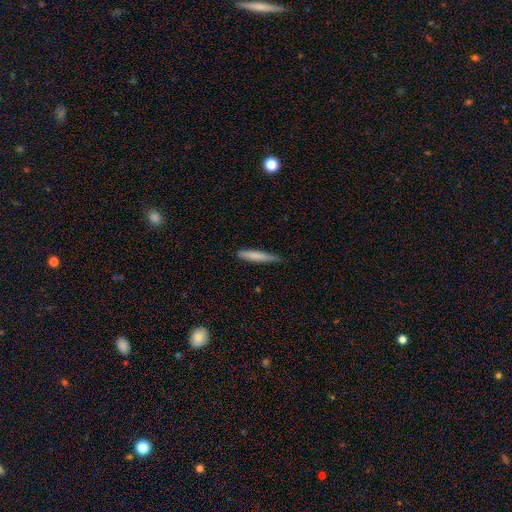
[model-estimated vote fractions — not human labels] This is likely a smooth galaxy (78%). How rounded: clearly cigar-shaped (92%). Merging: likely none (75%).